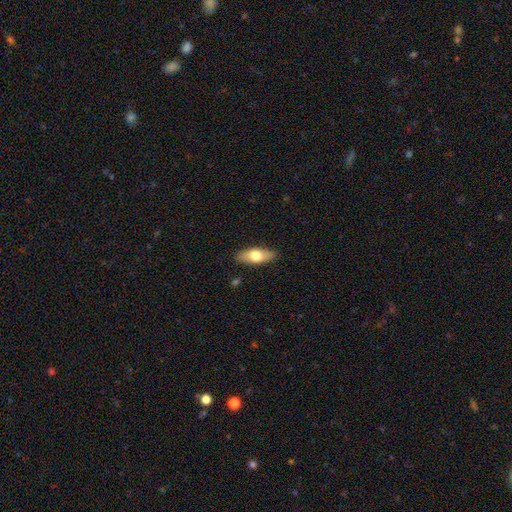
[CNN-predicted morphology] This appears to be a smooth galaxy with no disk features (64%) that is in between round and cigar-shaped (74%). Merging: none (87%).